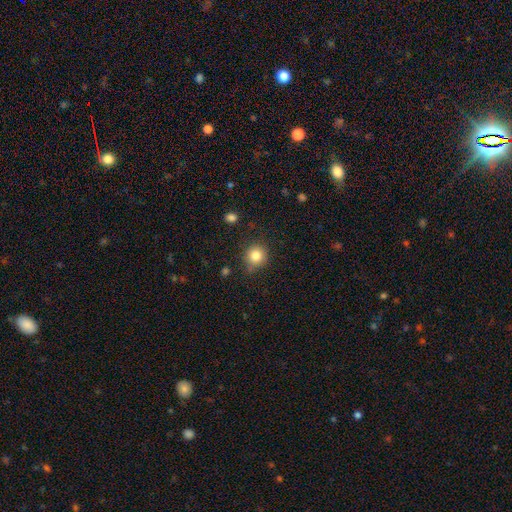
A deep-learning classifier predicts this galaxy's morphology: smooth 82%, star or artifact 11%, featured or disk 6%. Down the decision tree: how rounded — round (91%); merging — none (81%).